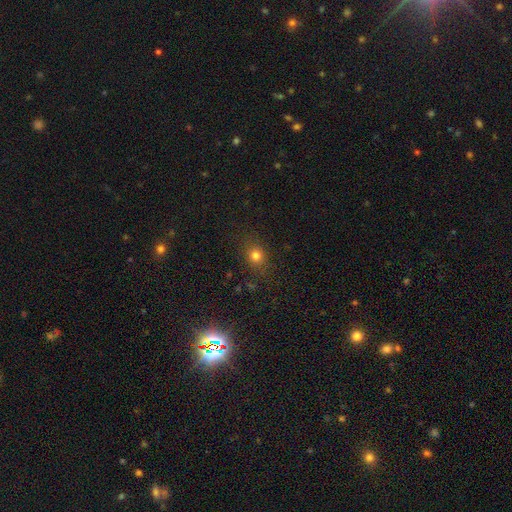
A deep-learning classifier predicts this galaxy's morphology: Q: Smooth or featured?
A: smooth (77%); runner-up: star or artifact (16%)
Q: How rounded?
A: round (73%); runner-up: in between (25%)
Q: Merging?
A: none (85%); runner-up: minor disturbance (10%)